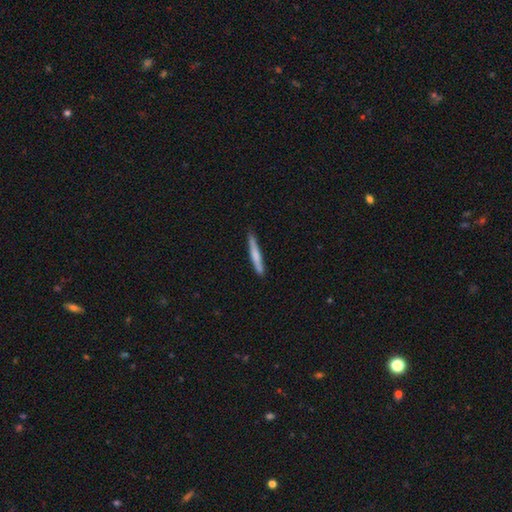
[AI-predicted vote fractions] A smooth galaxy with no disk features (64%) that is cigar-shaped (95%). Merging: none (86%).